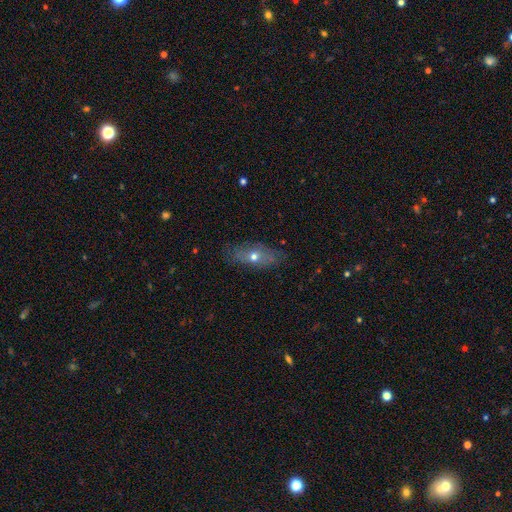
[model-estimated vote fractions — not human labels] smooth-or-featured: featured or disk: 44% | smooth: 41% | star or artifact: 14%
  merging: none: 84% | minor disturbance: 12% | major disturbance: 3% | merger: 1%